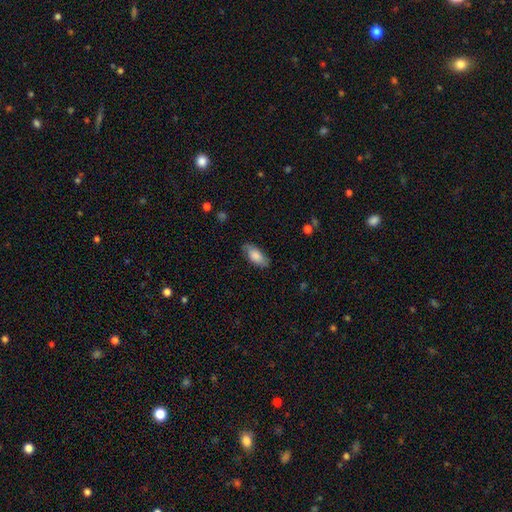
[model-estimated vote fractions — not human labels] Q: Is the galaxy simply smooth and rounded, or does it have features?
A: smooth — 79%.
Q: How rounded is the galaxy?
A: in between — 87%.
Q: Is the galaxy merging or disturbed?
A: none — 78%.